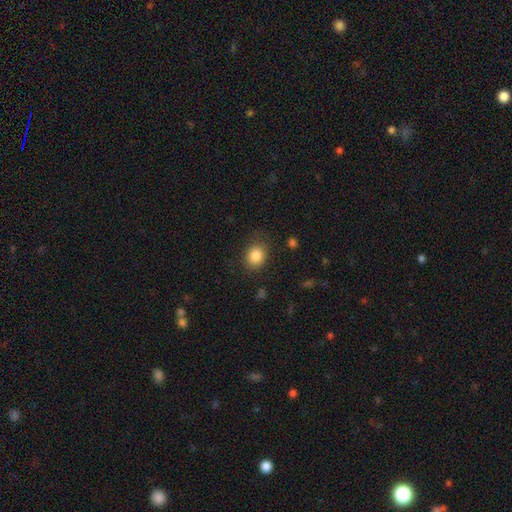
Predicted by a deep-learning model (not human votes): A smooth galaxy with no disk features (85%) that is round (61%).

Vote fractions:
- Smooth or featured? smooth: 85% / star or artifact: 10% / featured or disk: 6%
- How rounded? round: 61% / in between: 38% / cigar-shaped: 1%
- Merging? none: 80% / minor disturbance: 14% / major disturbance: 5% / merger: 1%